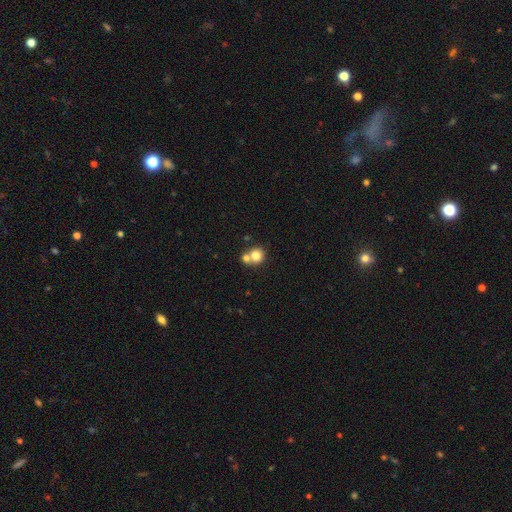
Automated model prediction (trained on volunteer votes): The model was most divided on "merging": merger: 48%, none: 43%, minor disturbance: 6%, major disturbance: 3%. More confident: how rounded — round (83%); smooth or featured — smooth (78%).